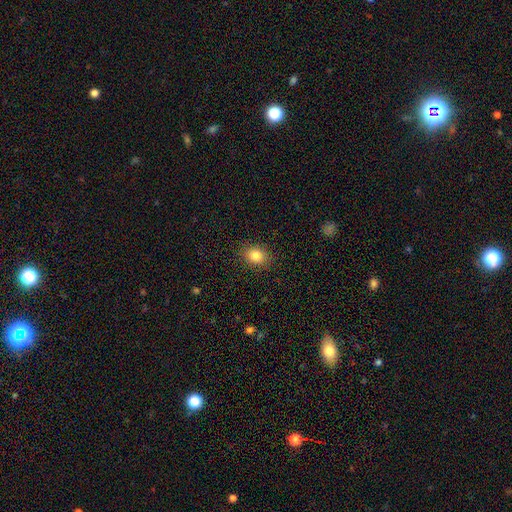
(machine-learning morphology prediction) A smooth galaxy with no disk features (84%) that is in between round and cigar-shaped (58%).

Vote fractions:
- Smooth or featured? smooth: 84% / star or artifact: 10% / featured or disk: 6%
- How rounded? in between: 58% / round: 41% / cigar-shaped: 1%
- Merging? none: 88% / minor disturbance: 9% / major disturbance: 2% / merger: 1%